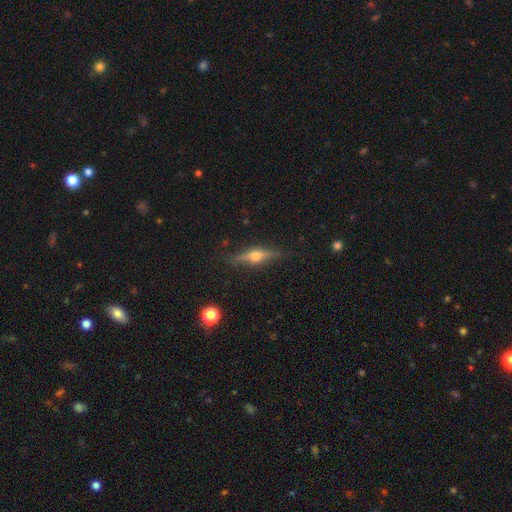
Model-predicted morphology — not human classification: smooth_or_featured: featured or disk (p=0.76) [alt: smooth p=0.17]
disk_edge_on: yes (p=0.97) [alt: no p=0.03]
edge_on_bulge: rounded (p=0.94) [alt: boxy p=0.04]
merging: none (p=0.87) [alt: minor disturbance p=0.09]